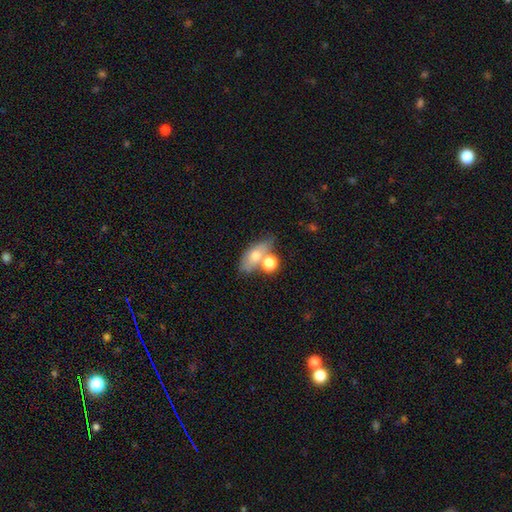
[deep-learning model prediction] A smooth galaxy with no disk features (64%) that is in between round and cigar-shaped (72%). Merging: none (45%).